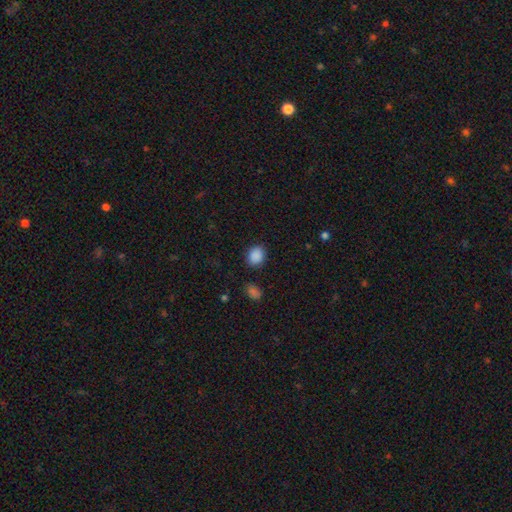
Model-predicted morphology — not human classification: This appears to be a smooth galaxy with no disk features (88%) that is in between round and cigar-shaped (52%). Merging: none (86%).